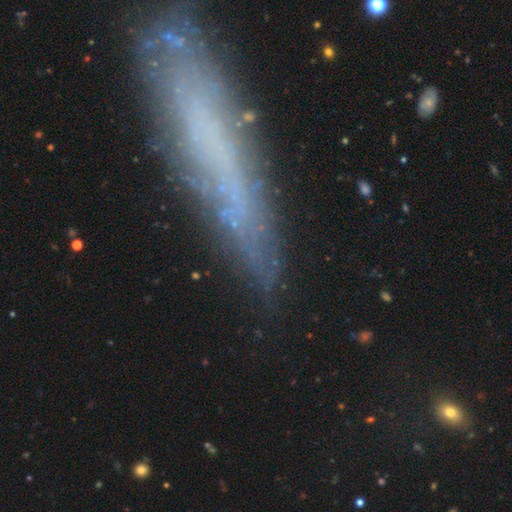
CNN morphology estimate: smooth_or_featured: featured or disk (p=0.50) [alt: smooth p=0.30]
disk_edge_on: yes (p=0.61) [alt: no p=0.39]
merging: none (p=0.78) [alt: minor disturbance p=0.14]